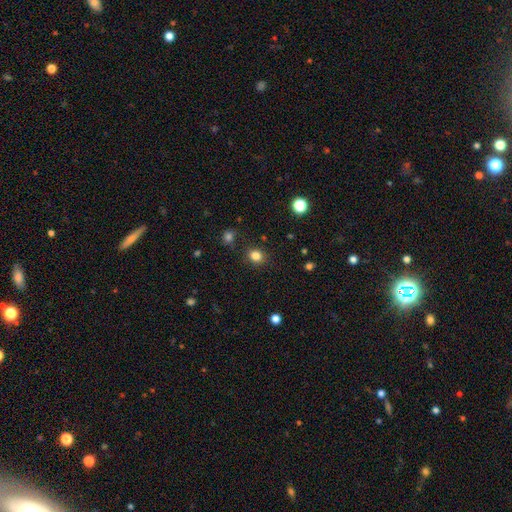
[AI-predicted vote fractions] Smooth or featured: smooth — 83% (star or artifact — 13%)
How rounded: round — 74% (in between — 25%)
Merging: none — 86% (minor disturbance — 9%)